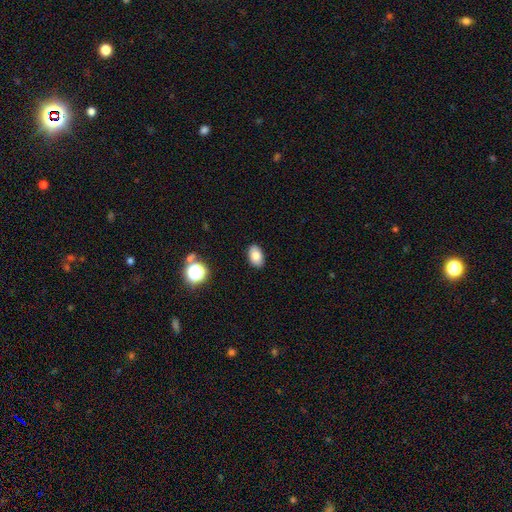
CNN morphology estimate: This is likely a smooth galaxy (79%). How rounded: clearly in between (89%). Merging: clearly none (89%).